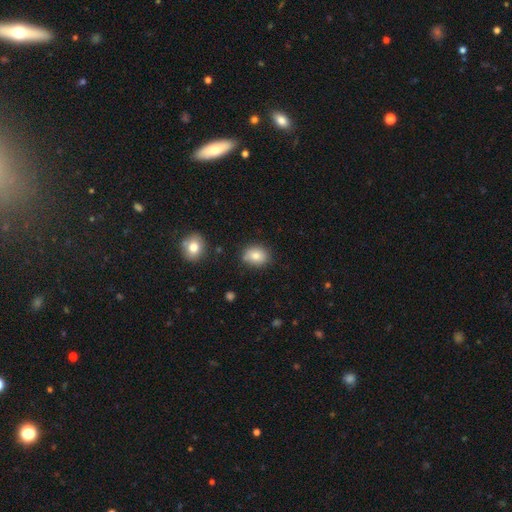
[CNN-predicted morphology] This is clearly a smooth galaxy (81%). How rounded: possibly round (51%). Merging: likely none (80%).